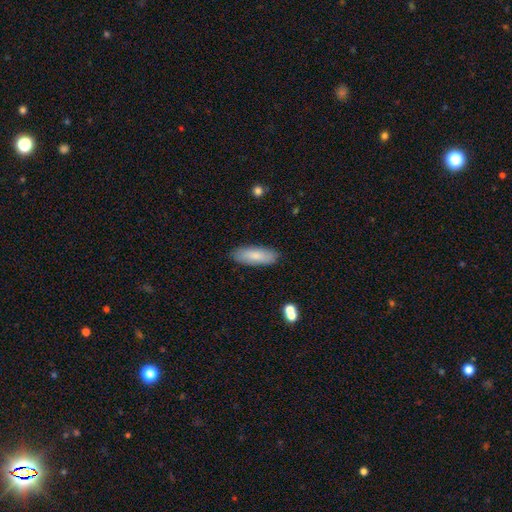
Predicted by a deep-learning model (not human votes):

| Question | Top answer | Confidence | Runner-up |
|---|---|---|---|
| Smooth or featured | smooth | 81% | featured or disk (13%) |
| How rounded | in between | 66% | cigar-shaped (32%) |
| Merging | none | 86% | minor disturbance (10%) |